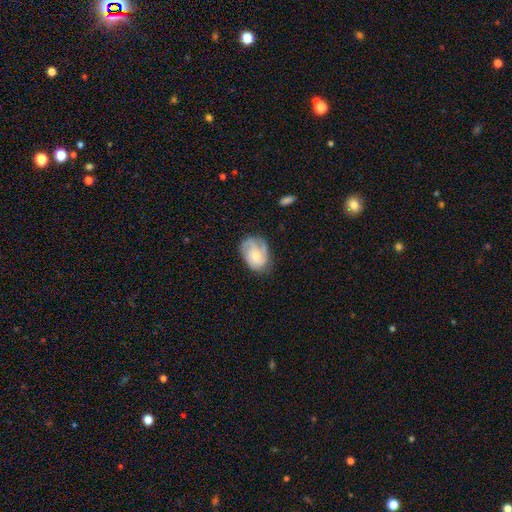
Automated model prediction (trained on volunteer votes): featured or disk 58%, smooth 35%, star or artifact 7%. Down the decision tree: edge-on disk — no (97%); bar — no (76%); spiral arms — yes (86%); bulge size — moderate (50%); merging — none (61%).